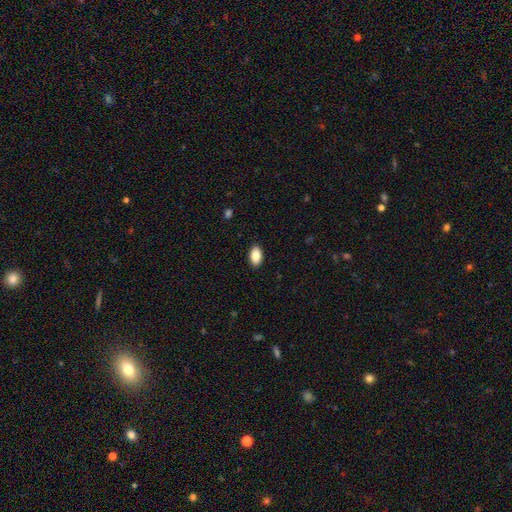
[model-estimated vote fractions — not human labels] smooth 87%, star or artifact 7%, featured or disk 6%. Down the decision tree: how rounded — in between (93%); merging — none (89%).